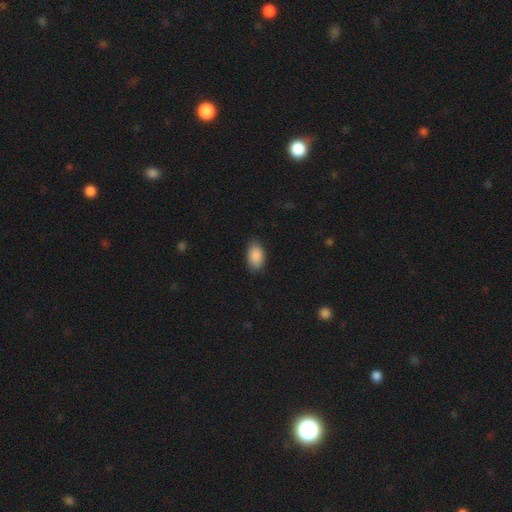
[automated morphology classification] smooth_or_featured: smooth (p=0.89) [alt: star or artifact p=0.07]
how_rounded: in between (p=0.93) [alt: round p=0.05]
merging: none (p=0.84) [alt: minor disturbance p=0.13]